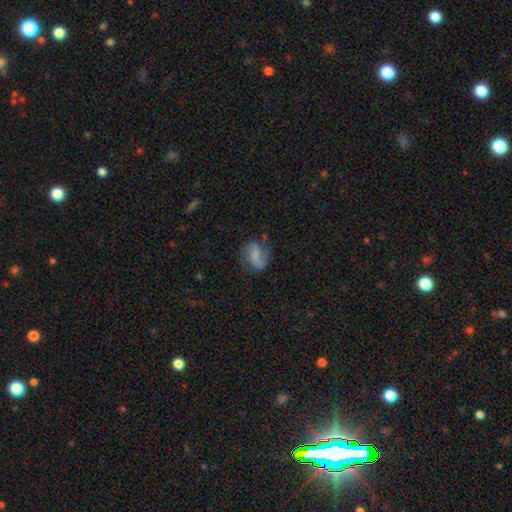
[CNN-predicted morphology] Smooth or featured? Predicted: featured or disk (p=0.63). Edge-on disk? Predicted: no (p=0.97). Bar? Predicted: weak (p=0.42). Spiral arms? Predicted: yes (p=0.89). Spiral winding? Predicted: loose (p=0.44). Spiral arm count? Predicted: 2 (p=0.86). Bulge size? Predicted: none (p=0.40). Merging? Predicted: none (p=0.63).